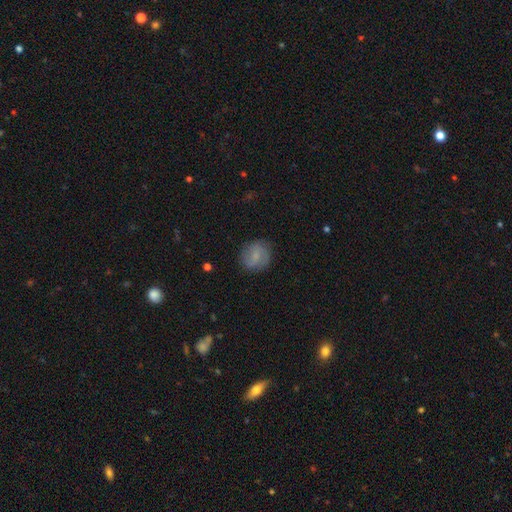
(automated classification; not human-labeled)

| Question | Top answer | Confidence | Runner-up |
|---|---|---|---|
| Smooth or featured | smooth | 54% | featured or disk (38%) |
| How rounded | round | 82% | in between (16%) |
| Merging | none | 80% | minor disturbance (14%) |